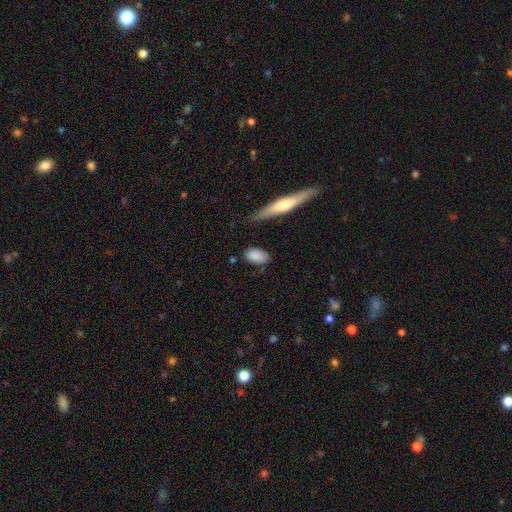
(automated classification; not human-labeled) smooth 86%, featured or disk 7%, star or artifact 7%. Down the decision tree: how rounded — in between (90%); merging — none (73%).